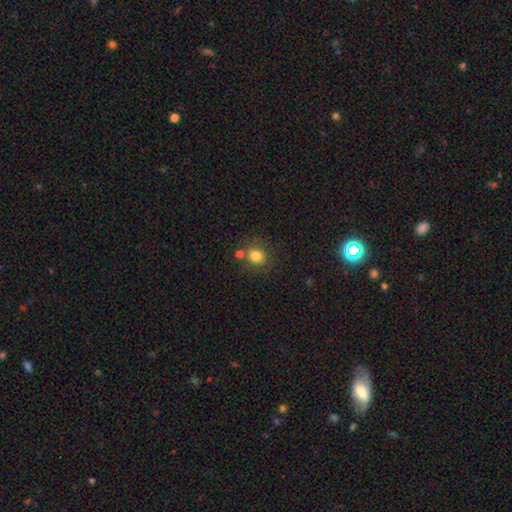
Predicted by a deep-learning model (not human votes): A smooth galaxy with no disk features (81%) that is round (80%).

Vote fractions:
- Smooth or featured? smooth: 81% / star or artifact: 12% / featured or disk: 7%
- How rounded? round: 80% / in between: 19% / cigar-shaped: 1%
- Merging? none: 68% / merger: 18% / minor disturbance: 11% / major disturbance: 4%